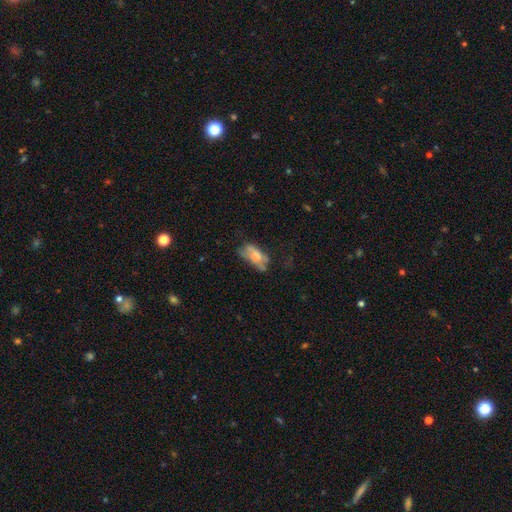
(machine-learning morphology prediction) smooth 58%, featured or disk 33%, star or artifact 9%. Down the decision tree: how rounded — in between (88%); merging — none (34%).